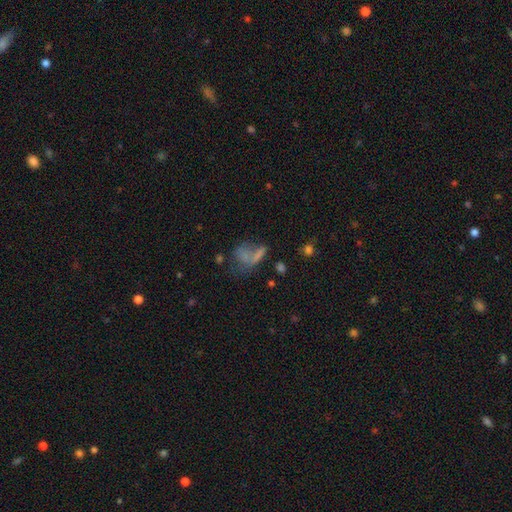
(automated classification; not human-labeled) smooth_or_featured: smooth (p=0.39) [alt: featured or disk p=0.34]
merging: major disturbance (p=0.36) [alt: none p=0.32]